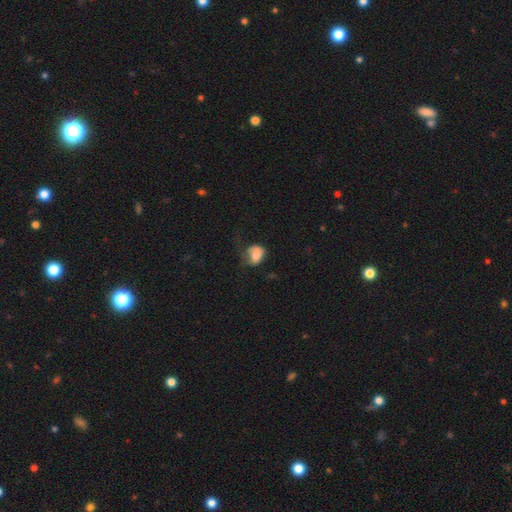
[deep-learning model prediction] This appears to be a smooth galaxy with no disk features (68%) that is in between round and cigar-shaped (60%). Merging: major disturbance (34%).